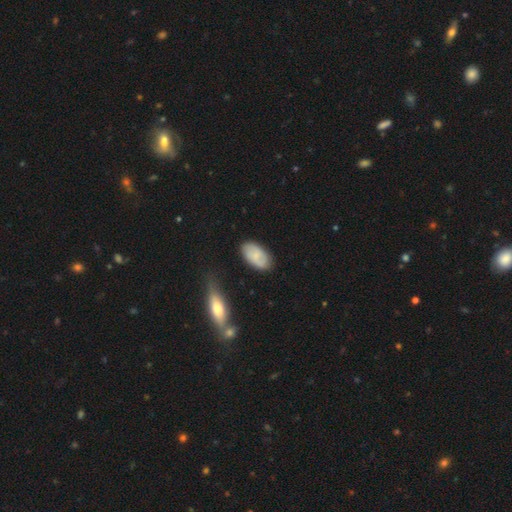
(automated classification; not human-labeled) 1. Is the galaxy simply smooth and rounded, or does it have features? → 64% smooth, 29% featured or disk, 7% star or artifact.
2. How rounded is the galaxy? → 93% in between, 4% round, 2% cigar-shaped.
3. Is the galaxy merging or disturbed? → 79% none, 15% minor disturbance, 3% major disturbance, 3% merger.